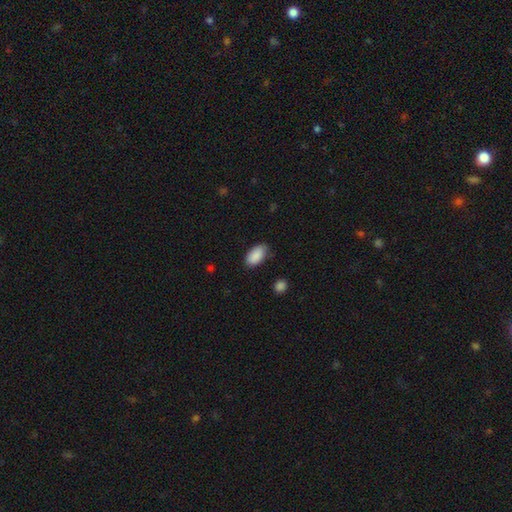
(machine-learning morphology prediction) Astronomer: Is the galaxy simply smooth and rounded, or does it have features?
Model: smooth — 89%.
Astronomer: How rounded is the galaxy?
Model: in between — 94%.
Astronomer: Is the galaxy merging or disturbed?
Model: none — 75%.